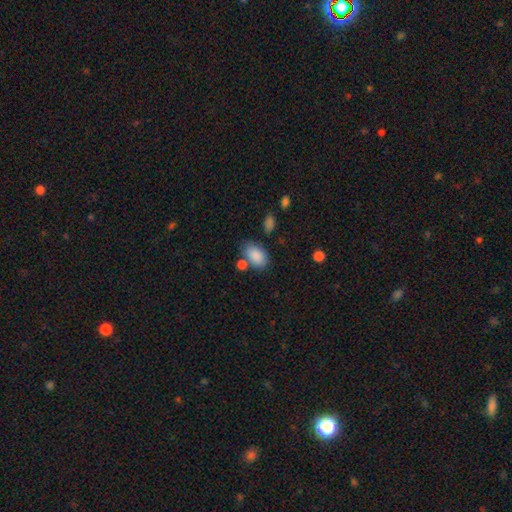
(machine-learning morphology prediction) The model was most divided on "merging": none: 61%, minor disturbance: 19%, merger: 15%, major disturbance: 6%. More confident: how rounded — in between (88%); smooth or featured — smooth (87%).